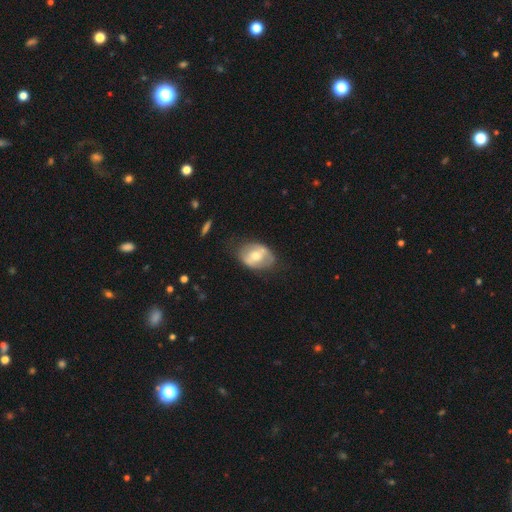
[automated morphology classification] featured or disk 49%, smooth 45%, star or artifact 6%. Down the decision tree: merging — none (65%).